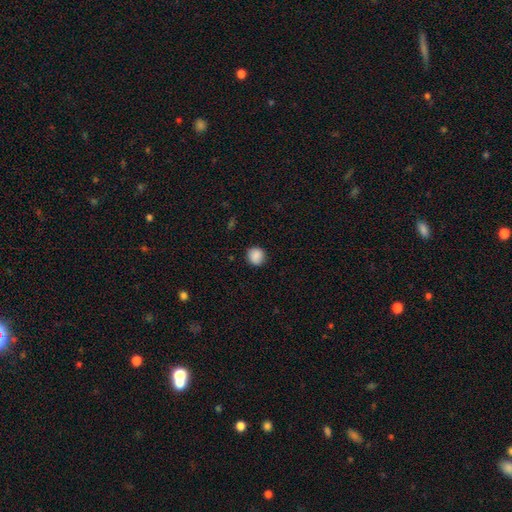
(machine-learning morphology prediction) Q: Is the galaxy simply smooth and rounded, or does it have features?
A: smooth — 88%.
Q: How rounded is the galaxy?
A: round — 90%.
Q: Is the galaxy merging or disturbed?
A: none — 89%.